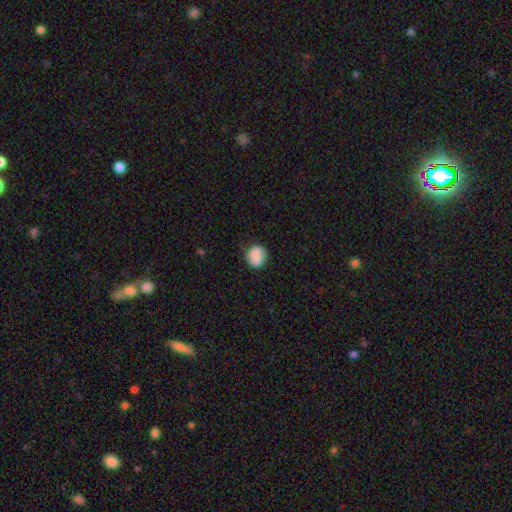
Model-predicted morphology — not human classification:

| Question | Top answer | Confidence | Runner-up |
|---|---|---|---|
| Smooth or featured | smooth | 82% | featured or disk (10%) |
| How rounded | round | 79% | in between (20%) |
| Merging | none | 74% | minor disturbance (19%) |